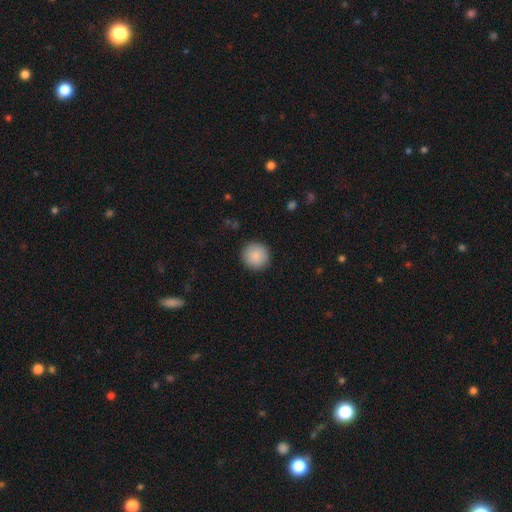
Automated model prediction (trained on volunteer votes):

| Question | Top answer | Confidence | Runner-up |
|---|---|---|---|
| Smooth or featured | smooth | 88% | star or artifact (8%) |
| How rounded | round | 95% | in between (4%) |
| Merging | none | 92% | minor disturbance (6%) |